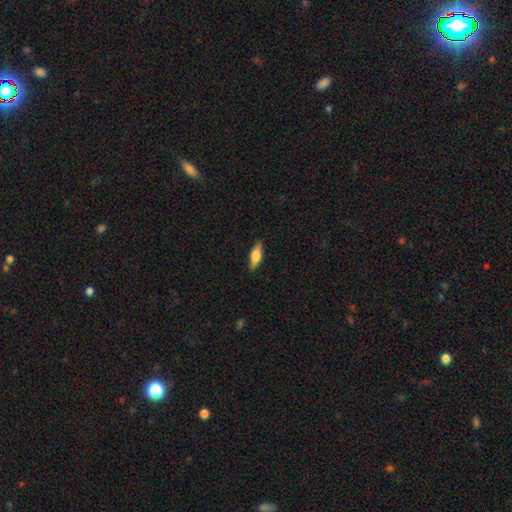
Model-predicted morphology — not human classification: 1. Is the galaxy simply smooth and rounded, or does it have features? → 48% smooth, 46% featured or disk, 7% star or artifact.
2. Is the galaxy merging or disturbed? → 88% none, 9% minor disturbance, 2% major disturbance, 1% merger.